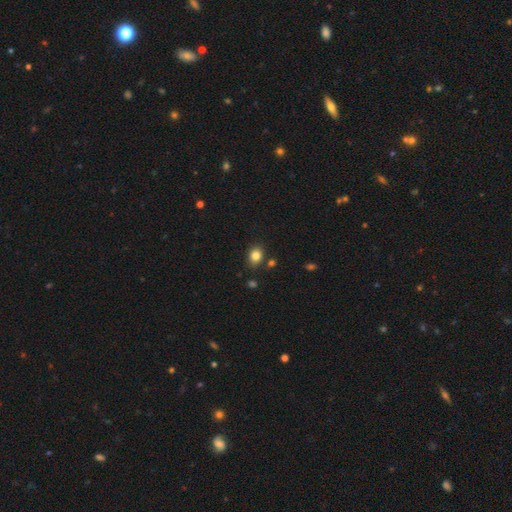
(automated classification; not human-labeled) This appears to be a smooth galaxy with no disk features (83%) that is in between round and cigar-shaped (55%). Merging: none (82%).